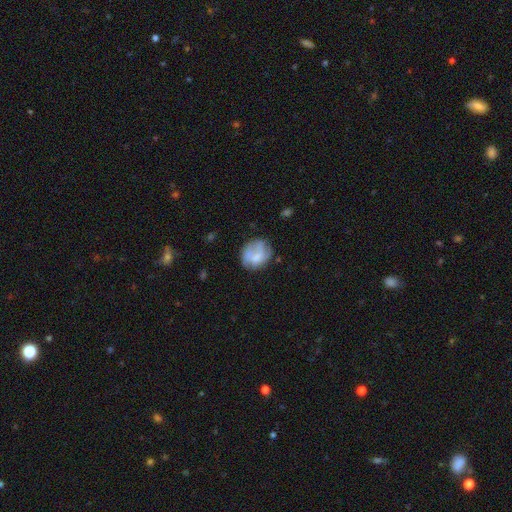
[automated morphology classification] Overall: smooth (51%; featured or disk 40%). How rounded: round (65%; in between 34%). Merging: none (54%; minor disturbance 26%).